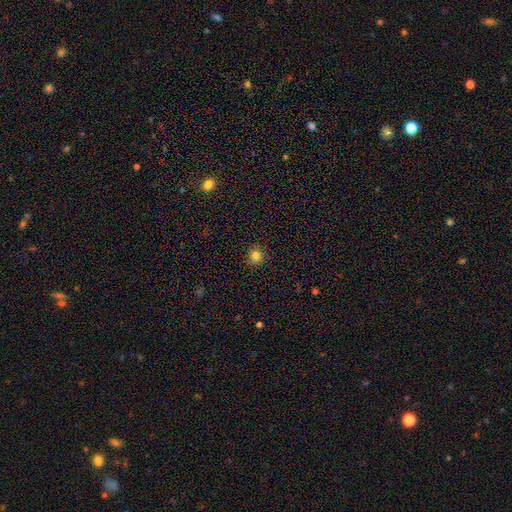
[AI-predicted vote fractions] This appears to be a smooth galaxy with no disk features (80%) that is round (89%). Merging: none (87%).